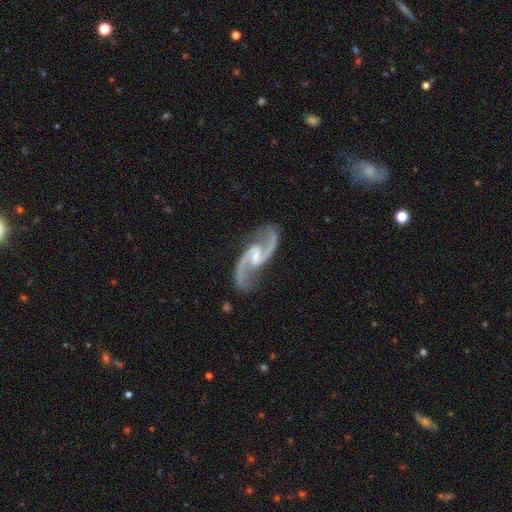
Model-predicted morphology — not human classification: This is clearly a featured or disk galaxy (94%). It is clearly not viewed edge-on (97%). Bar: possibly weak (54%). Spiral arm pattern: clearly yes (98%). Spiral arm count: clearly 2 (95%). Spiral winding: possibly medium (48%). Central bulge: possibly small (48%). Merging: clearly none (82%).